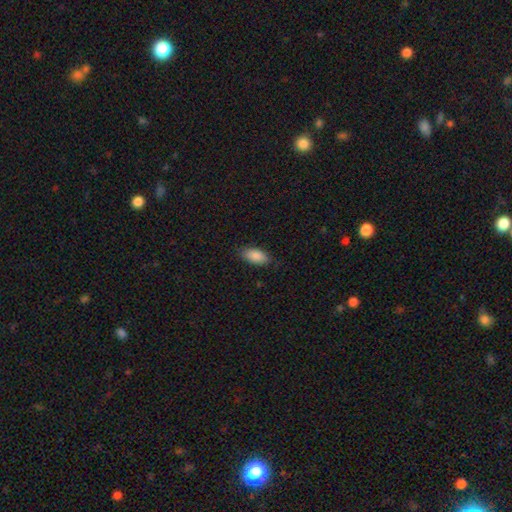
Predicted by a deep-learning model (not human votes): Smooth or featured? smooth (89%)
How rounded? in between (91%)
Merging? none (85%)